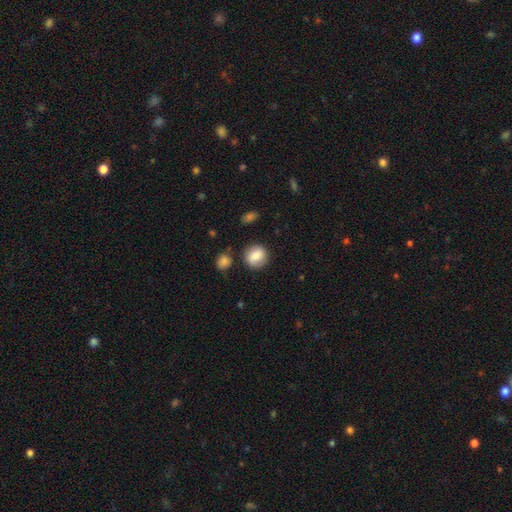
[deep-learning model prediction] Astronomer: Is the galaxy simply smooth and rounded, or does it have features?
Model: smooth — 80%.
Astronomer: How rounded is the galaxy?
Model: round — 81%.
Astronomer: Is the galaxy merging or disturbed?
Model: none — 80%.